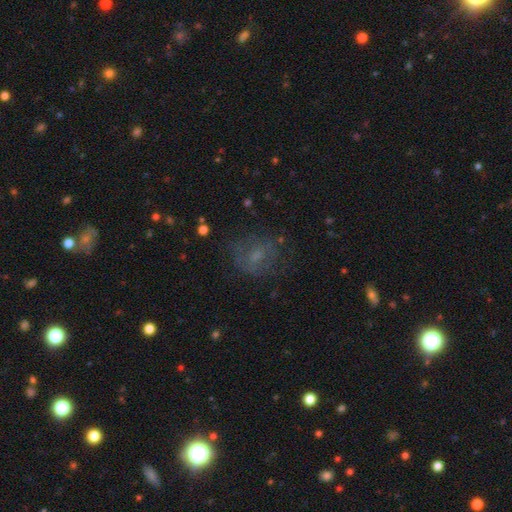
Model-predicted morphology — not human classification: This is possibly a smooth galaxy (49%). Merging: likely none (61%).